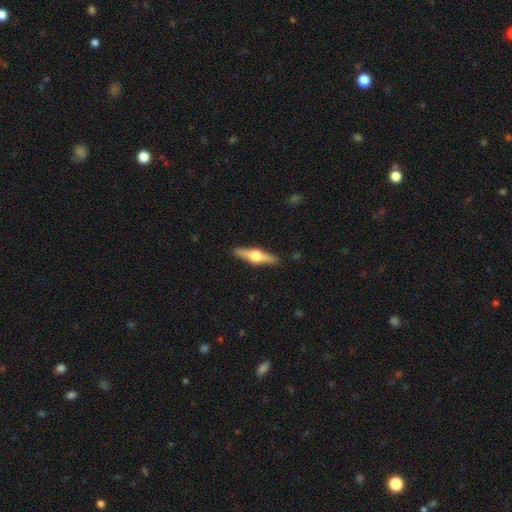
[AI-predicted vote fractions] A featured or disk galaxy (69%) viewed edge-on (97%) with a rounded central bulge (95%). Merging: none (91%).